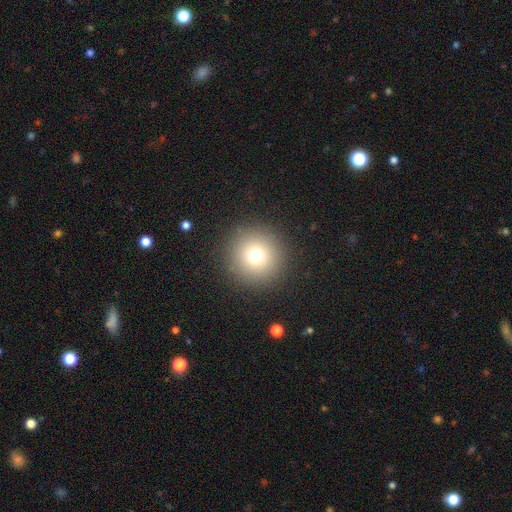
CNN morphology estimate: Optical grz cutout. It shows a smooth galaxy with no disk features (73%) that is round (96%). Merging: none (91%).